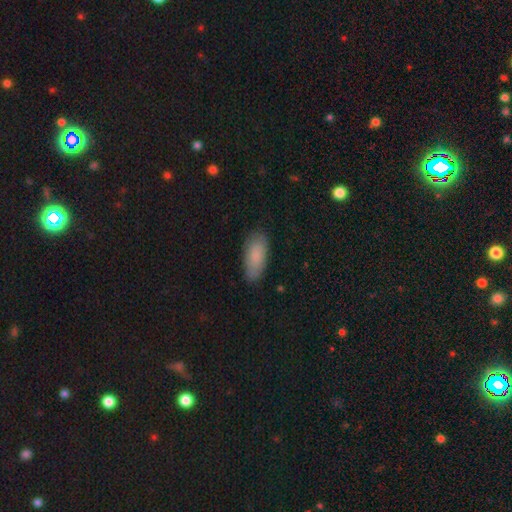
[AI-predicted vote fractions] Smooth or featured?
  - smooth: 86% *
  - featured or disk: 8%
  - star or artifact: 6%
How rounded?
  - in between: 84% *
  - cigar-shaped: 14%
  - round: 2%
Merging?
  - none: 82% *
  - minor disturbance: 14%
  - major disturbance: 3%
  - merger: 1%